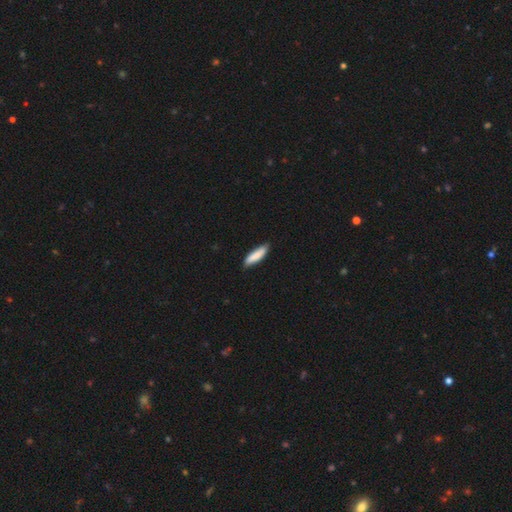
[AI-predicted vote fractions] smooth_or_featured: smooth (p=0.84) [alt: featured or disk p=0.11]
how_rounded: cigar-shaped (p=0.66) [alt: in between p=0.33]
merging: none (p=0.79) [alt: minor disturbance p=0.18]